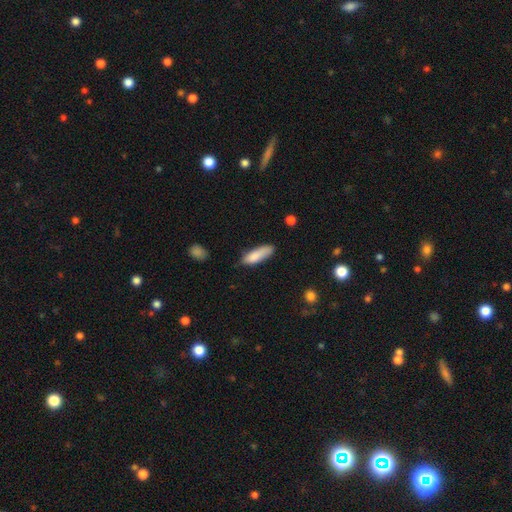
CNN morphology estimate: Smooth or featured? Predicted: smooth (p=0.85). How rounded? Predicted: in between (p=0.53). Merging? Predicted: none (p=0.63).